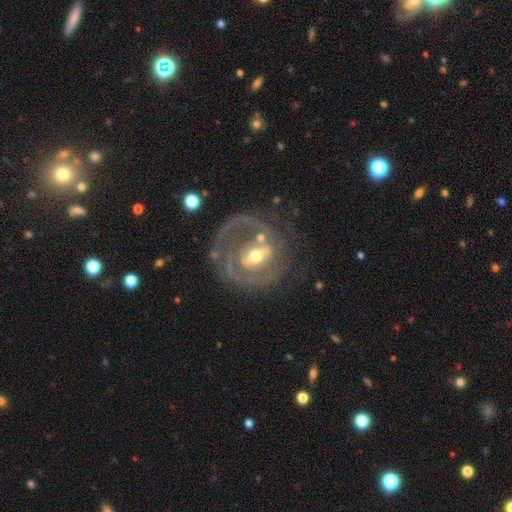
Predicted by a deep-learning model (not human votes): featured or disk 80%, smooth 14%, star or artifact 6%. Down the decision tree: edge-on disk — no (96%); bar — strong (39%); spiral arms — yes (68%); spiral arm count — 2 (42%); spiral winding — tight (45%); bulge size — moderate (64%); merging — none (52%).